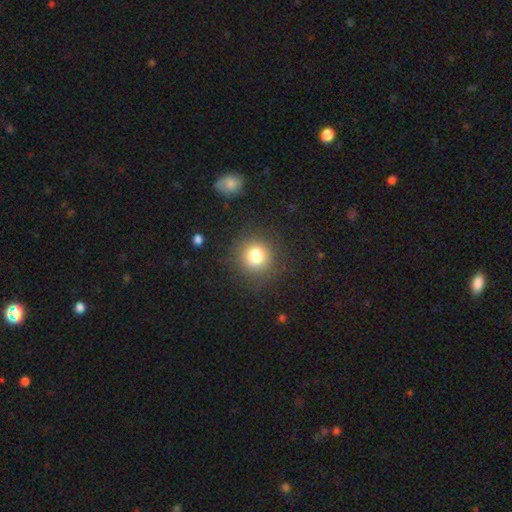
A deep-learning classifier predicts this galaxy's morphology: smooth-or-featured: smooth: 78% | star or artifact: 13% | featured or disk: 9%
  how-rounded: round: 93% | in between: 6% | cigar-shaped: 1%
  merging: none: 86% | minor disturbance: 8% | major disturbance: 4% | merger: 1%